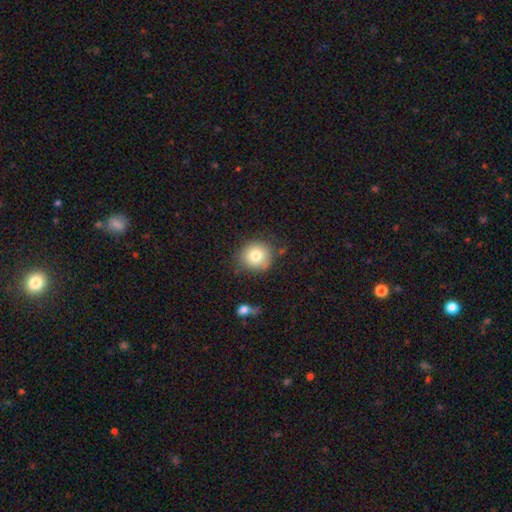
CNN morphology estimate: type=smooth (79%); roundness=round (88%); merging=none (79%).